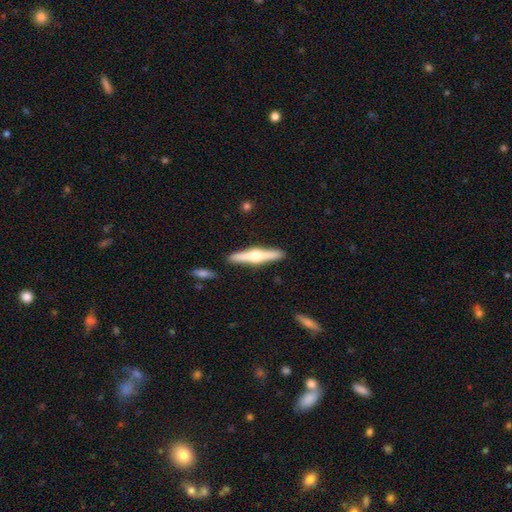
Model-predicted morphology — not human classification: Smooth or featured? featured or disk (66%)
Edge-on disk? yes (97%)
Edge-on bulge? rounded (94%)
Merging? none (90%)